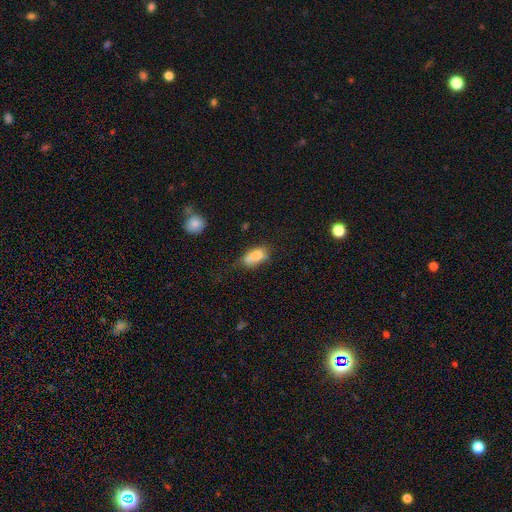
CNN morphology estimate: This is likely a smooth galaxy (77%). How rounded: clearly in between (87%). Merging: possibly none (47%).